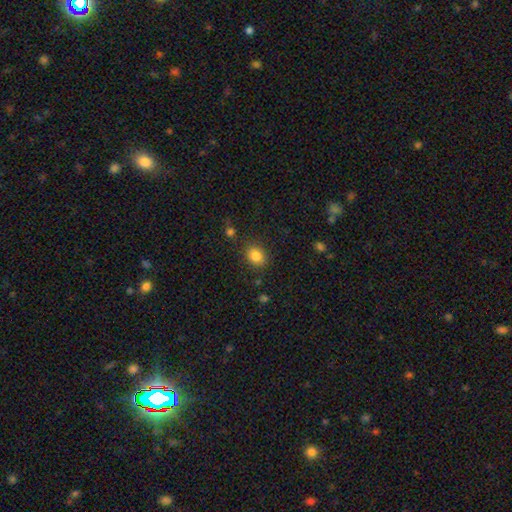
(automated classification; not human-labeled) Overall: smooth (84%). How rounded: in between (54%; round 45%). Merging: none (83%).